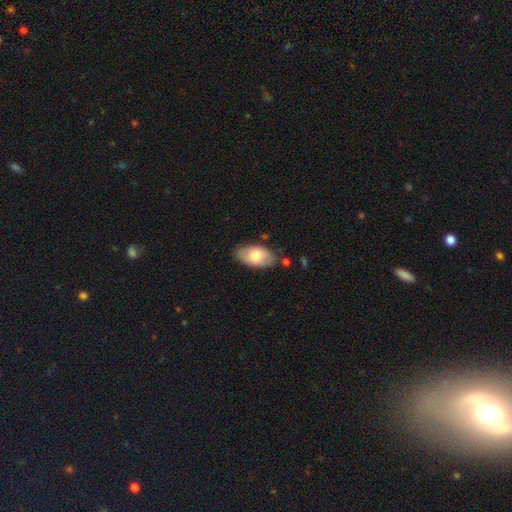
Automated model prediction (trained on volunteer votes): smooth-or-featured: smooth: 74% | featured or disk: 20% | star or artifact: 6%
  how-rounded: in between: 95% | round: 4% | cigar-shaped: 2%
  merging: none: 79% | minor disturbance: 15% | merger: 3% | major disturbance: 3%